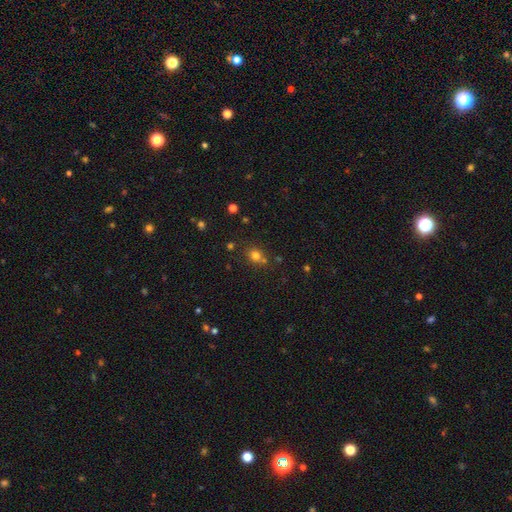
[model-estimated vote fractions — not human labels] smooth 74%, star or artifact 18%, featured or disk 8%. Down the decision tree: how rounded — round (75%); merging — none (67%).